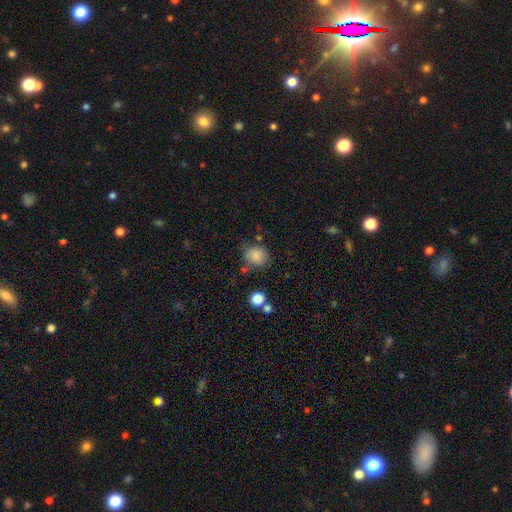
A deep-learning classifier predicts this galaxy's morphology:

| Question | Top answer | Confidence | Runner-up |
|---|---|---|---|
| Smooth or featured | smooth | 84% | star or artifact (10%) |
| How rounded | round | 78% | in between (21%) |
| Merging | none | 69% | minor disturbance (18%) |